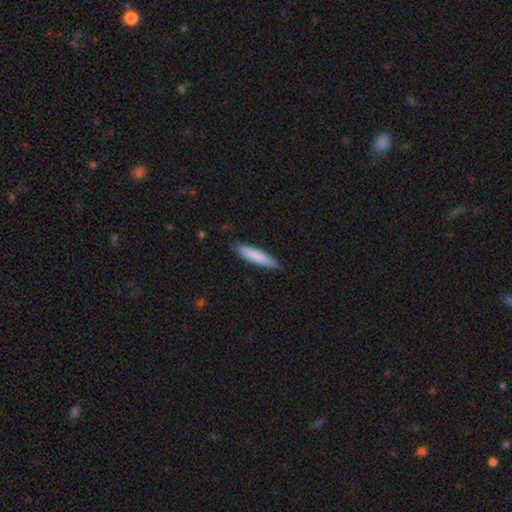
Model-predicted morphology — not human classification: The model was most divided on "smooth or featured": smooth: 81%, featured or disk: 13%, star or artifact: 5%. More confident: how rounded — cigar-shaped (86%); merging — none (83%).